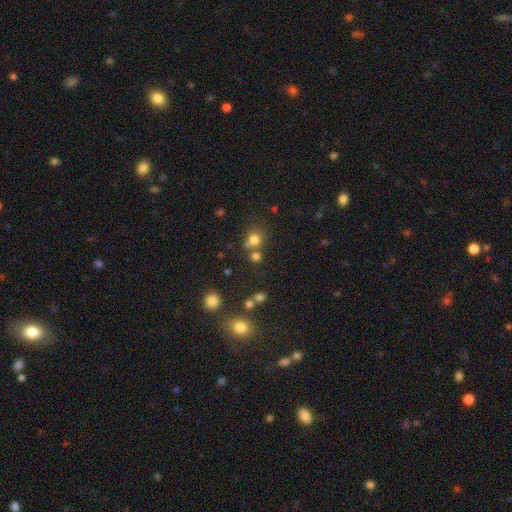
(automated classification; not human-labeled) Q: Smooth or featured?
A: smooth (68%); runner-up: star or artifact (22%)
Q: How rounded?
A: round (80%); runner-up: in between (19%)
Q: Merging?
A: none (57%); runner-up: merger (29%)